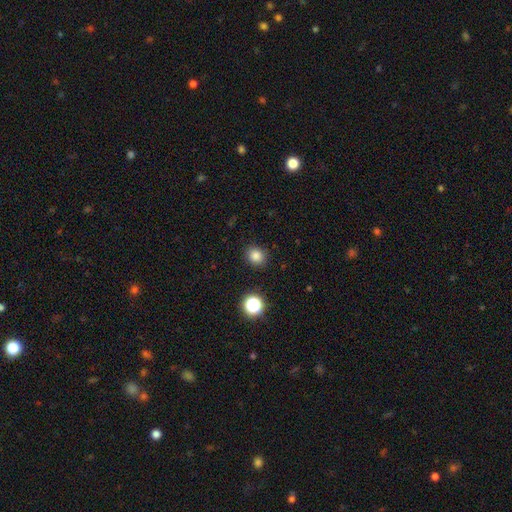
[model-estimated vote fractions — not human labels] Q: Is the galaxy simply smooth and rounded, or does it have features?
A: smooth — 82%.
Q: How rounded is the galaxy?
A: round — 76%.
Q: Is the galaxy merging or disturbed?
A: none — 89%.